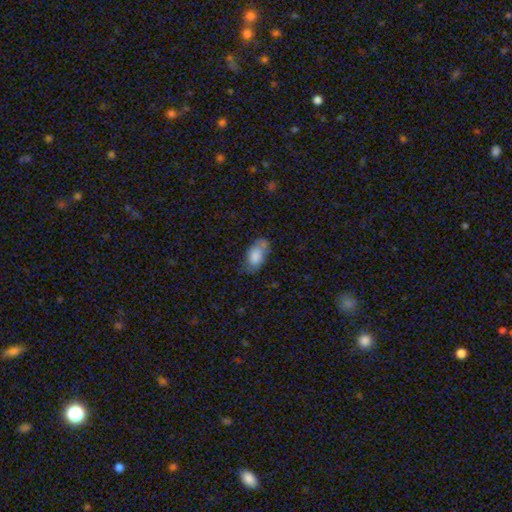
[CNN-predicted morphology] Q: Smooth or featured?
A: smooth (81%); runner-up: featured or disk (12%)
Q: How rounded?
A: in between (93%); runner-up: round (4%)
Q: Merging?
A: none (57%); runner-up: minor disturbance (30%)